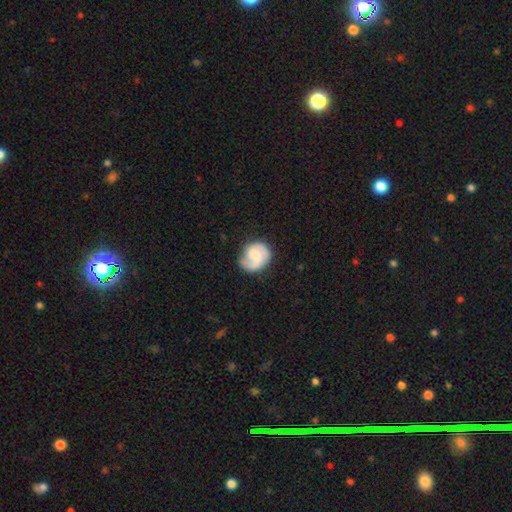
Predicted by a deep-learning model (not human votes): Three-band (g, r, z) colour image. It shows a featured or disk galaxy (64%) with no bar (45%, tied with weak), 2 (72%) medium (46%) spiral arms (90%) and a moderate central bulge (35%). Merging: none (69%).